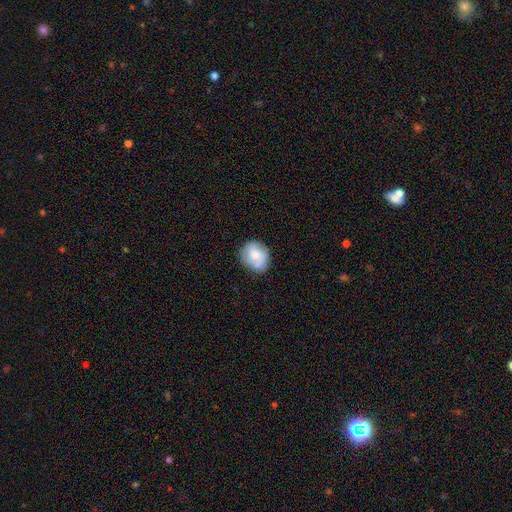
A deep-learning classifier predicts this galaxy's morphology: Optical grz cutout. It shows a smooth galaxy with no disk features (72%) that is round (65%). Merging: none (69%).